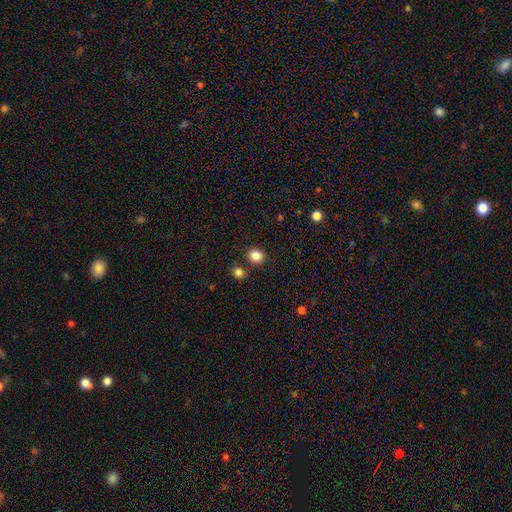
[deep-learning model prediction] The model was most divided on "how rounded": round: 70%, in between: 29%, cigar-shaped: 1%. More confident: smooth or featured — smooth (86%); merging — none (83%).